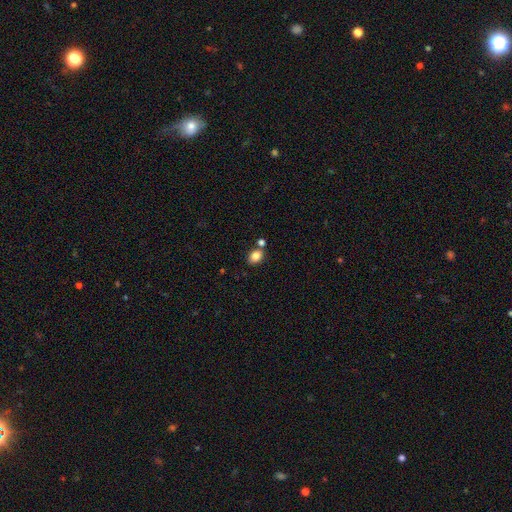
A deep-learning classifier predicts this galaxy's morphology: Smooth or featured? smooth (84%)
How rounded? in between (64%)
Merging? none (70%)